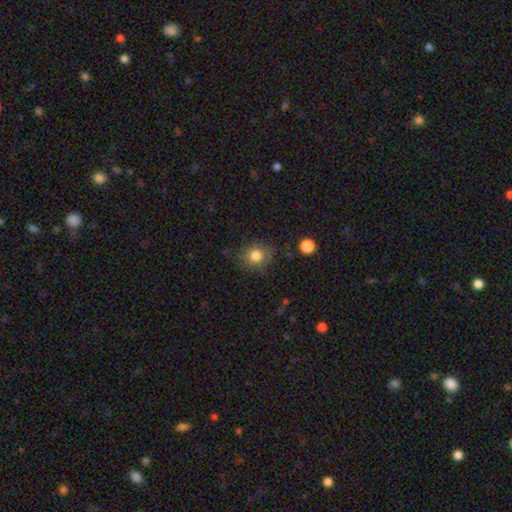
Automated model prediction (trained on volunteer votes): Overall: smooth (81%). How rounded: round (80%). Merging: none (77%).